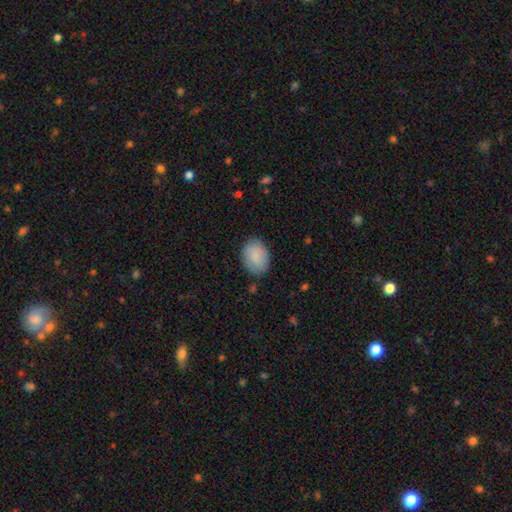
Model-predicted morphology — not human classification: Overall: smooth (86%). How rounded: in between (74%). Merging: none (82%).